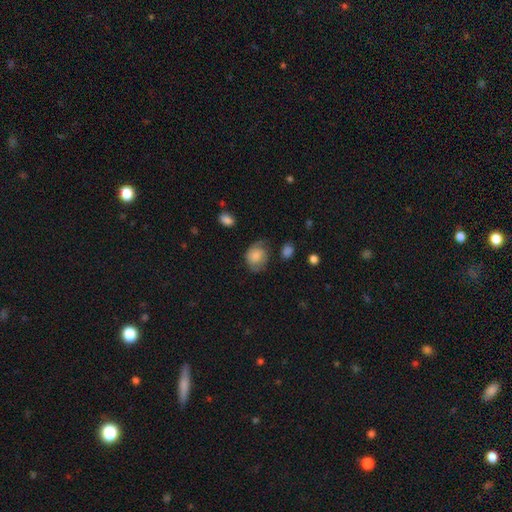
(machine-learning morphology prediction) smooth-or-featured: smooth: 65% | featured or disk: 27% | star or artifact: 8%
  how-rounded: round: 52% | in between: 47% | cigar-shaped: 1%
  merging: none: 53% | minor disturbance: 30% | major disturbance: 14% | merger: 2%